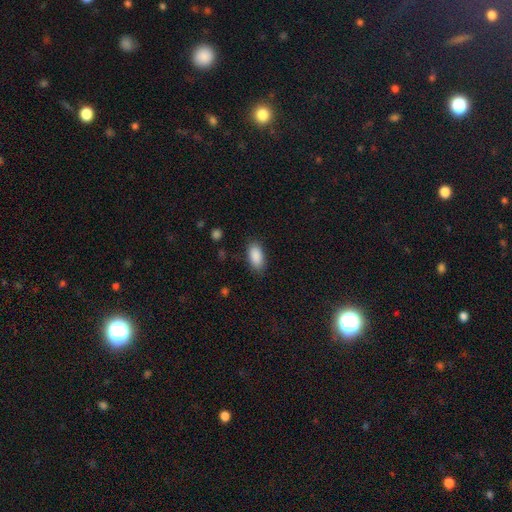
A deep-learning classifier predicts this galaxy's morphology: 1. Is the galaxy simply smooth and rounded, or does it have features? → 90% smooth, 7% star or artifact, 4% featured or disk.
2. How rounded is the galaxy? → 92% in between, 5% cigar-shaped, 3% round.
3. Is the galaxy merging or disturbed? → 85% none, 11% minor disturbance, 3% major disturbance, 1% merger.